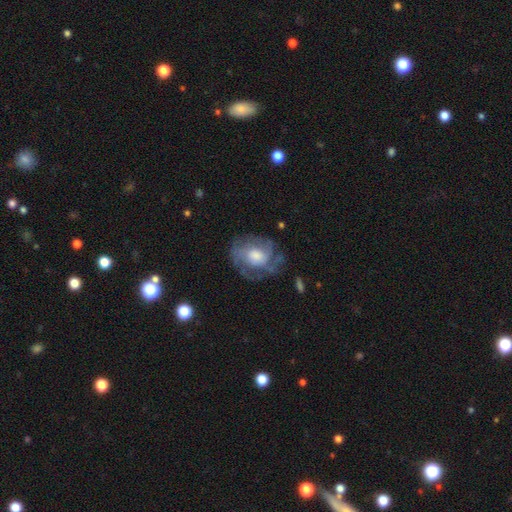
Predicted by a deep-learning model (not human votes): Smooth or featured: featured or disk — 73% (smooth — 20%)
Edge-on disk: no — 97% (yes — 3%)
Bar: no — 70% (weak — 25%)
Spiral arms: yes — 83% (no — 17%)
Spiral winding: tight — 49% (medium — 37%)
Spiral arm count: can't tell — 41% (2 — 20%)
Bulge size: moderate — 48% (large — 31%)
Merging: none — 66% (minor disturbance — 19%)